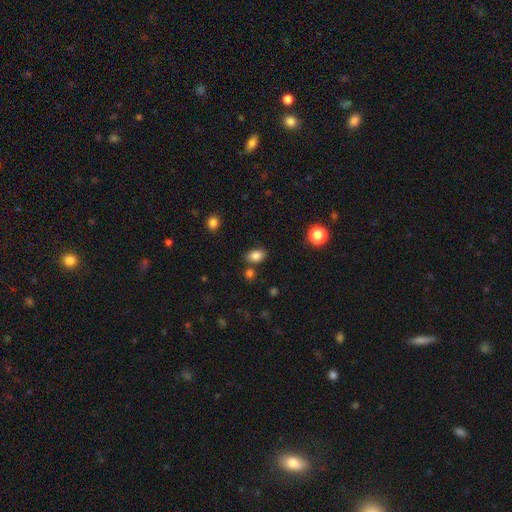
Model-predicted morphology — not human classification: A smooth galaxy with no disk features (83%) that is in between round and cigar-shaped (80%). Merging: none (78%).